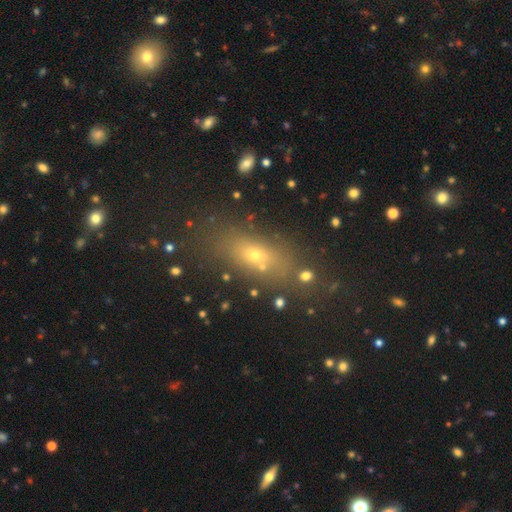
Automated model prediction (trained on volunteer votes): smooth_or_featured: smooth (p=0.61) [alt: star or artifact p=0.21]
how_rounded: in between (p=0.65) [alt: cigar-shaped p=0.24]
merging: none (p=0.74) [alt: minor disturbance p=0.13]